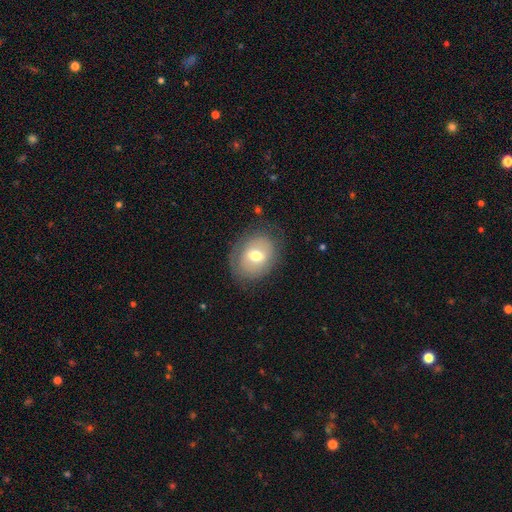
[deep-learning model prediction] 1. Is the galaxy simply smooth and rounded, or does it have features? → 59% smooth, 33% featured or disk, 8% star or artifact.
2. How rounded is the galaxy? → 51% in between, 48% round, 1% cigar-shaped.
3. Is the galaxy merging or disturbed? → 73% none, 18% minor disturbance, 8% major disturbance, 1% merger.